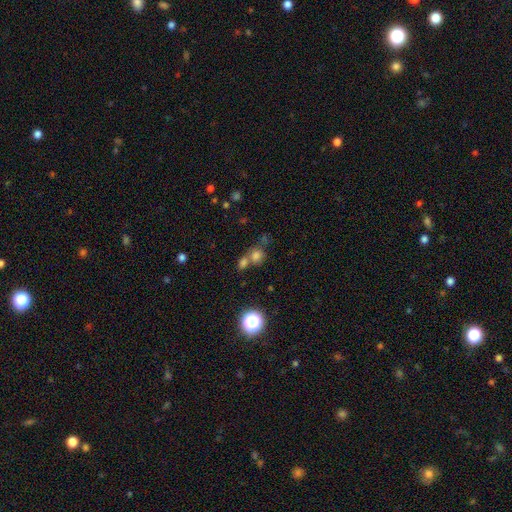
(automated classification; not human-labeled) A smooth galaxy with no disk features (72%) that is round (74%).

Vote fractions:
- Smooth or featured? smooth: 72% / star or artifact: 19% / featured or disk: 9%
- How rounded? round: 74% / in between: 24% / cigar-shaped: 1%
- Merging? none: 44% / merger: 43% / minor disturbance: 8% / major disturbance: 5%